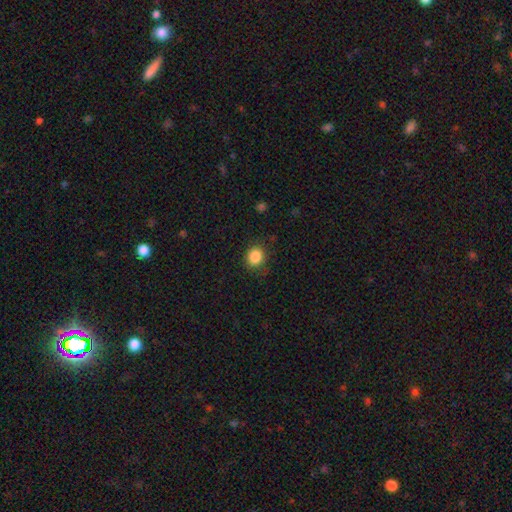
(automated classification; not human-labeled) Smooth or featured: smooth — 86% (star or artifact — 10%)
How rounded: round — 72% (in between — 27%)
Merging: none — 83% (minor disturbance — 12%)